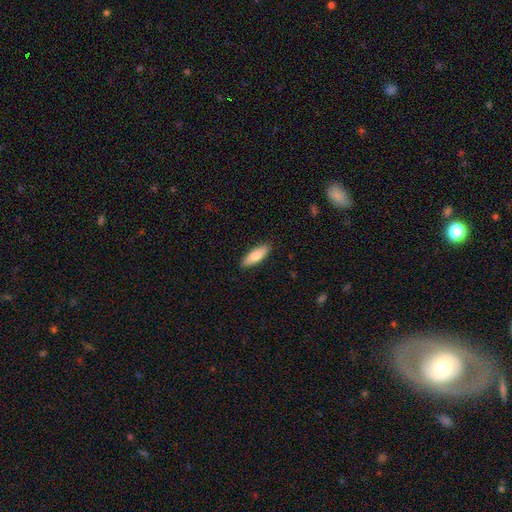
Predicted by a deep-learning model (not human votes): Smooth or featured: smooth — 79% (featured or disk — 16%)
How rounded: in between — 61% (cigar-shaped — 37%)
Merging: none — 88% (minor disturbance — 9%)